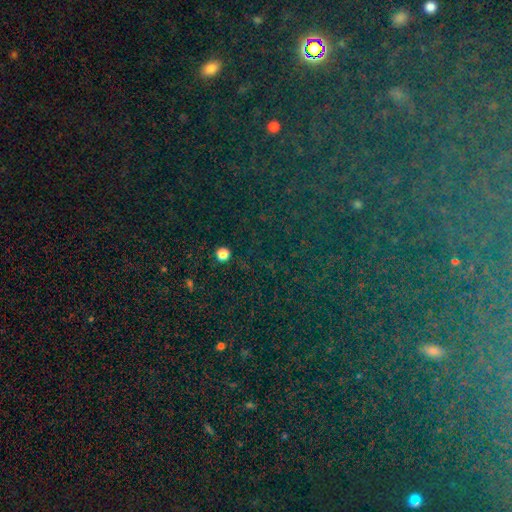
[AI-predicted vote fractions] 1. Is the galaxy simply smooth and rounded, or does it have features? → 80% star or artifact, 11% smooth, 8% featured or disk.